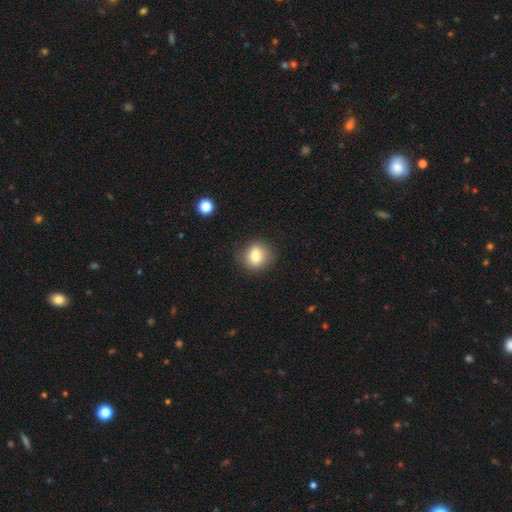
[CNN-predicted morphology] type=smooth (80%); roundness=round (60%); merging=none (84%).